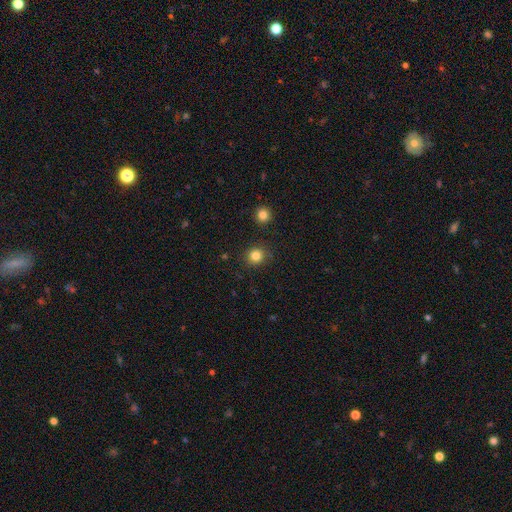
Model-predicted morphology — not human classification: Overall: smooth (83%). How rounded: round (88%). Merging: none (87%).